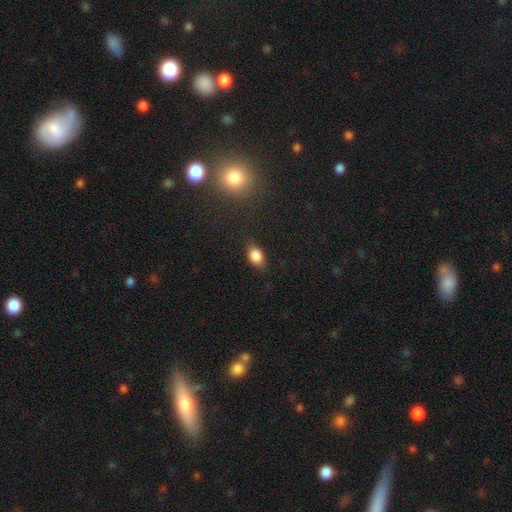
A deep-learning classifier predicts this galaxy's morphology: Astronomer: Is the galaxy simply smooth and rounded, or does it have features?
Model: smooth — 83%.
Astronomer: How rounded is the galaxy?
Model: in between — 76%.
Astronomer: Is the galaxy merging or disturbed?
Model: none — 72%.